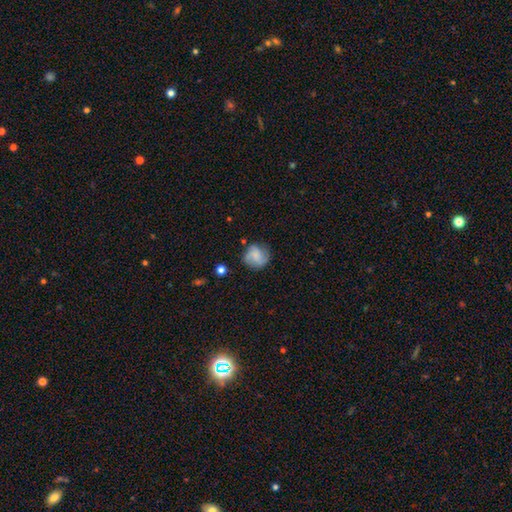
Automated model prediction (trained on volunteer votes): The model was most divided on "smooth or featured": smooth: 51%, featured or disk: 40%, star or artifact: 9%. More confident: how rounded — round (84%); merging — none (72%).